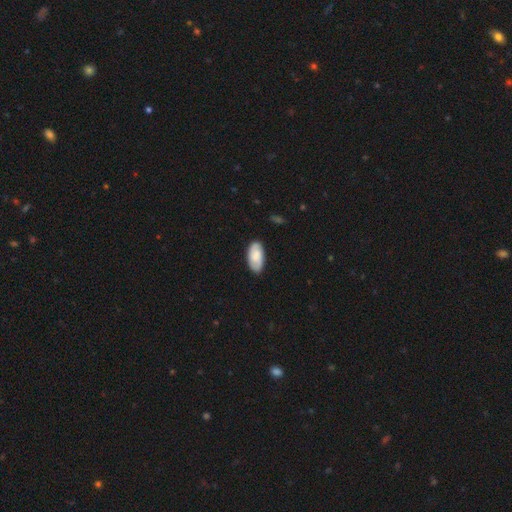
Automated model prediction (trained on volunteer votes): smooth_or_featured: smooth (p=0.59) [alt: featured or disk p=0.34]
how_rounded: in between (p=0.94) [alt: cigar-shaped p=0.03]
merging: none (p=0.84) [alt: minor disturbance p=0.12]